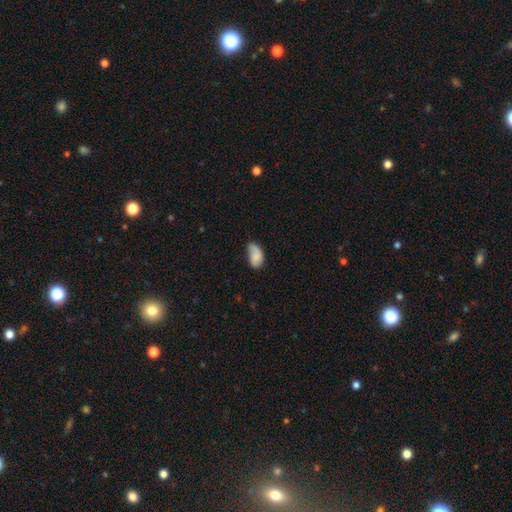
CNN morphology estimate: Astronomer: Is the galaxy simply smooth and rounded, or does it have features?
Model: smooth — 81%.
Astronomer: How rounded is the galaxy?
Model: in between — 93%.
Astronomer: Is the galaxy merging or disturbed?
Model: minor disturbance — 43% (runner-up: none, 41%).